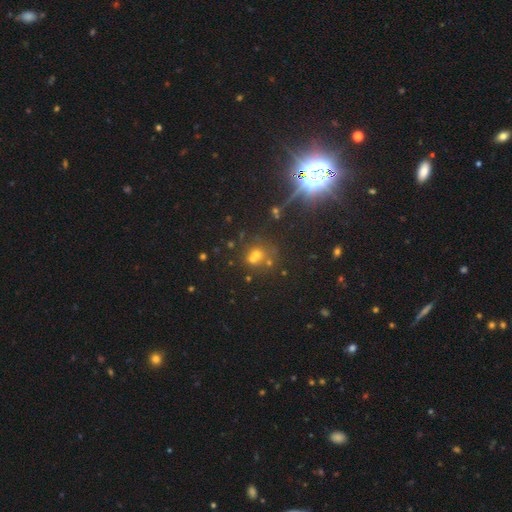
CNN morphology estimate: This appears to be a star or artifact, not a galaxy (49%).